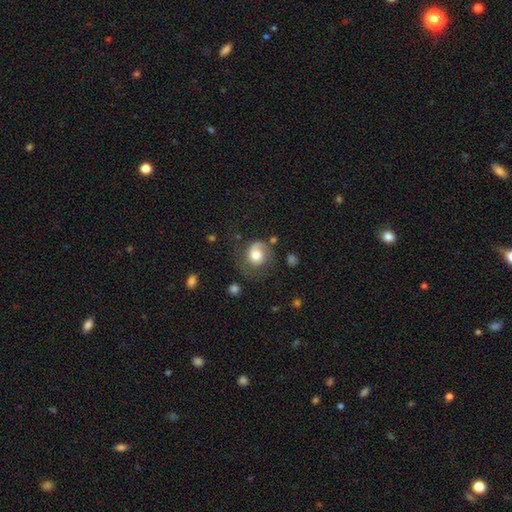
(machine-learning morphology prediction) Smooth or featured? smooth (49%)
Merging? none (47%)